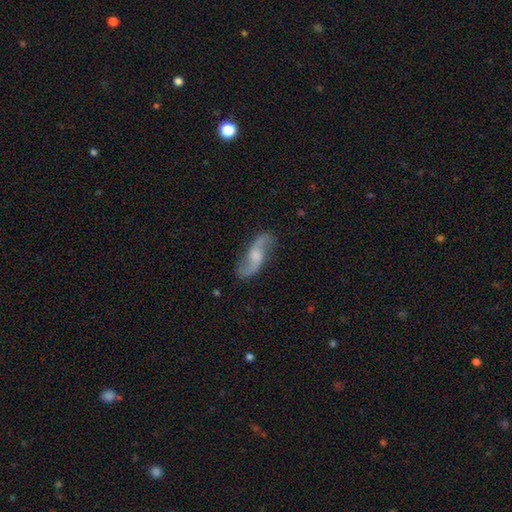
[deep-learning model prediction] A featured or disk galaxy (82%) with no bar (48%), 2 (94%) loose (79%) spiral arms (95%) and a moderate central bulge (40%). Merging: none (81%).